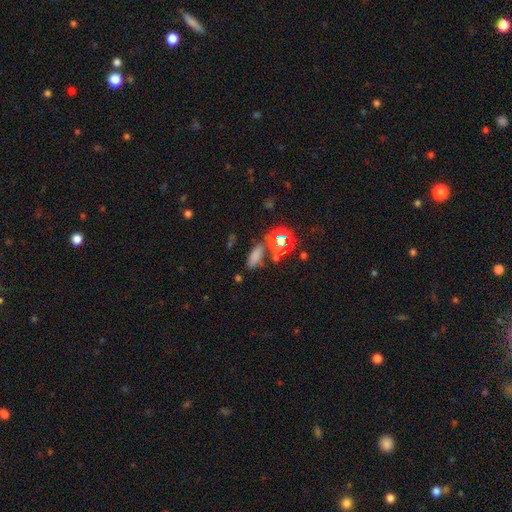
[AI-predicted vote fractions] Smooth or featured: smooth — 68% (star or artifact — 24%)
How rounded: in between — 68% (cigar-shaped — 22%)
Merging: none — 73% (minor disturbance — 12%)